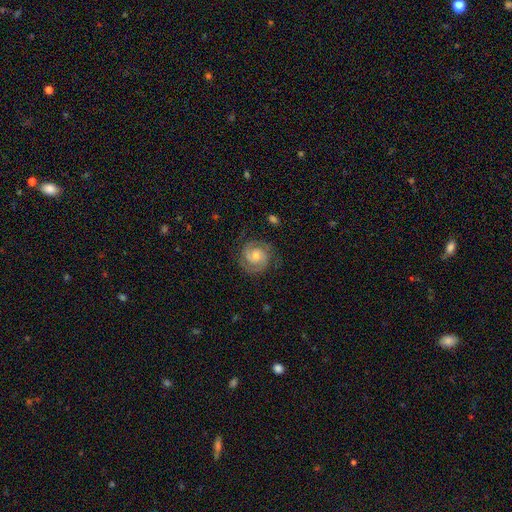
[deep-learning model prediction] featured or disk 85%, smooth 9%, star or artifact 6%. Down the decision tree: edge-on disk — no (98%); bar — no (63%); spiral arms — yes (97%); spiral arm count — 2 (84%); spiral winding — tight (63%); bulge size — small (48%); merging — none (82%).